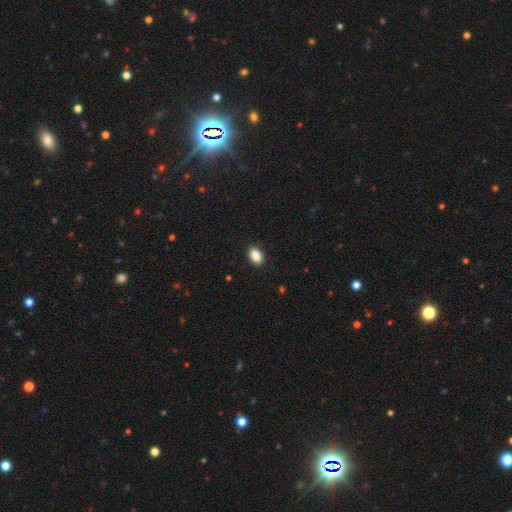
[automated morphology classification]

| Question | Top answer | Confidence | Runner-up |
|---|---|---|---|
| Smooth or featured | smooth | 88% | star or artifact (8%) |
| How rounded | in between | 90% | round (8%) |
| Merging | none | 88% | minor disturbance (9%) |